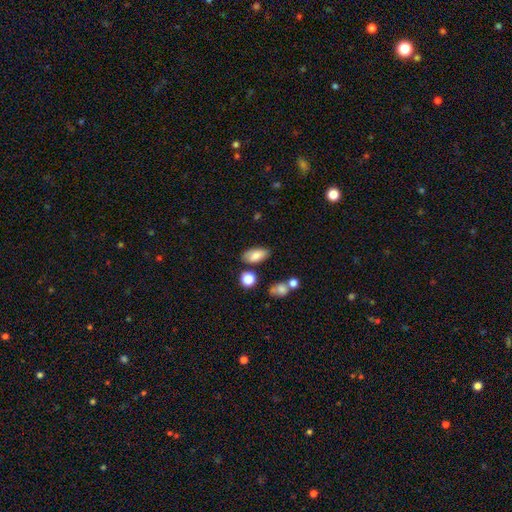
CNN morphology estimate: Smooth or featured?
  - smooth: 80% *
  - featured or disk: 12%
  - star or artifact: 8%
How rounded?
  - in between: 89% *
  - cigar-shaped: 6%
  - round: 5%
Merging?
  - none: 76% *
  - minor disturbance: 15%
  - merger: 6%
  - major disturbance: 4%